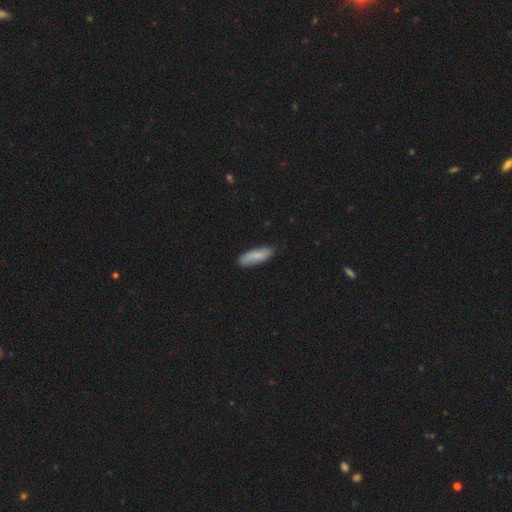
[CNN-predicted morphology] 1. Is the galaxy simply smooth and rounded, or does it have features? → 78% smooth, 17% featured or disk, 6% star or artifact.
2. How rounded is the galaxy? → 56% in between, 42% cigar-shaped, 2% round.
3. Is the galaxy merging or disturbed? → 83% none, 14% minor disturbance, 2% major disturbance, 1% merger.